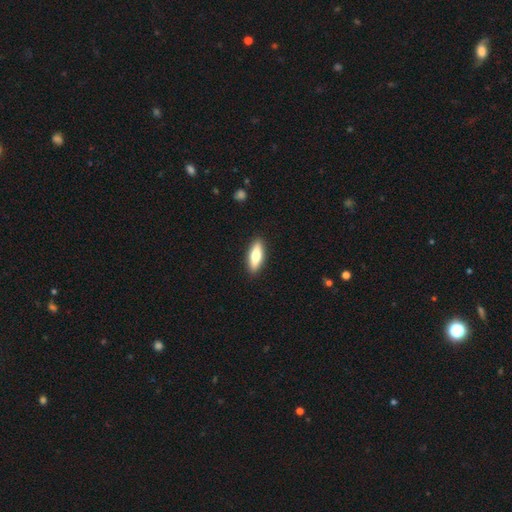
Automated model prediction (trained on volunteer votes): Smooth or featured? smooth (71%)
How rounded? in between (54%)
Merging? none (90%)